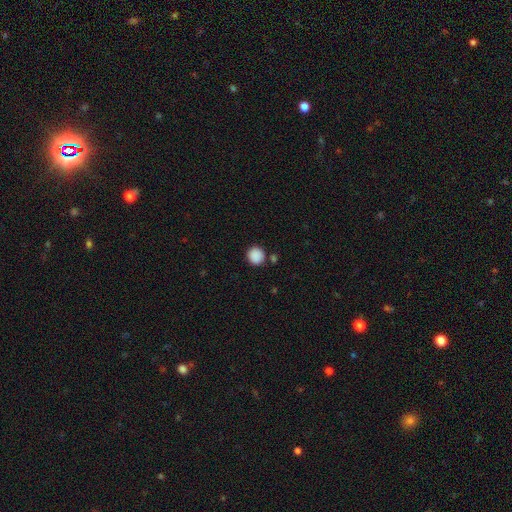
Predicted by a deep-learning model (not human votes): Smooth or featured? smooth (89%)
How rounded? round (89%)
Merging? none (82%)